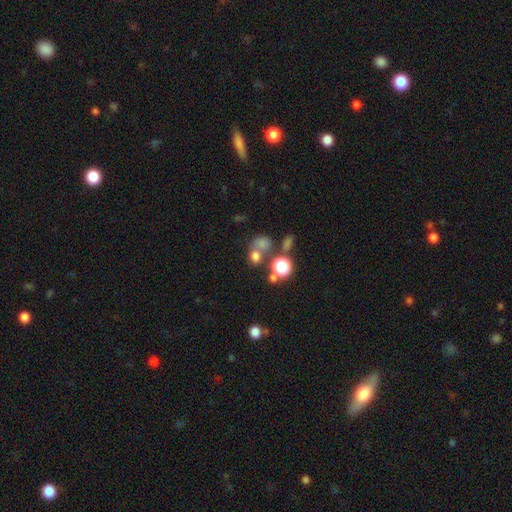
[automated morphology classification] This is likely a smooth galaxy (68%). How rounded: likely round (68%). Merging: possibly none (46%).